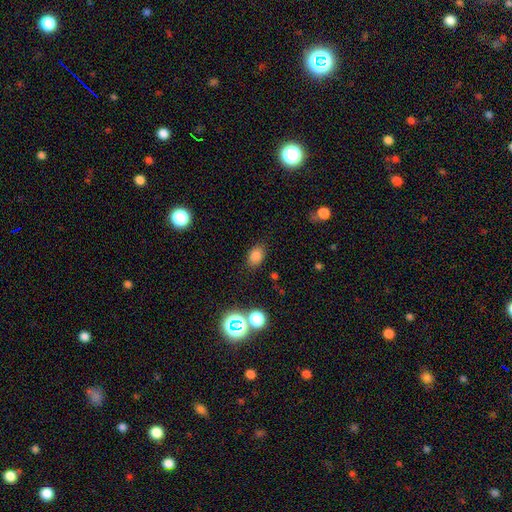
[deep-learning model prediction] Smooth or featured: smooth — 79% (star or artifact — 15%)
How rounded: in between — 76% (round — 22%)
Merging: none — 82% (minor disturbance — 12%)